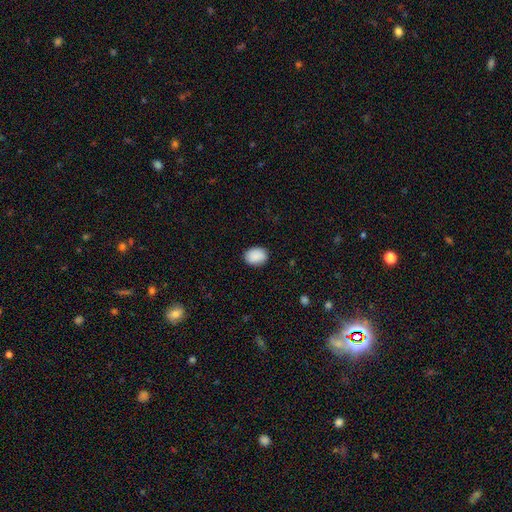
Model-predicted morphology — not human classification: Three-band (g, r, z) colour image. It shows a smooth galaxy with no disk features (90%) that is in between round and cigar-shaped (71%). Merging: none (87%).